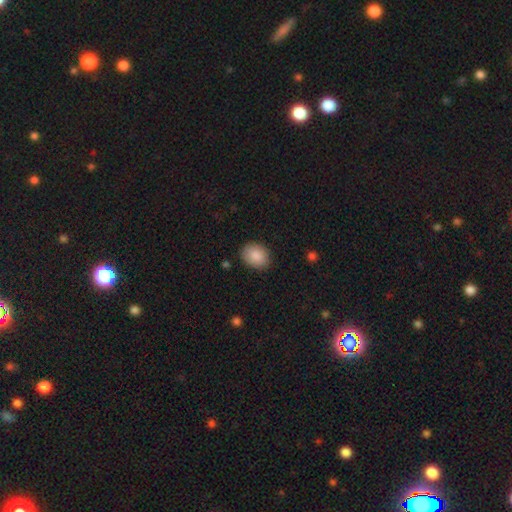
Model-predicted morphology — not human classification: smooth 88%, star or artifact 7%, featured or disk 5%. Down the decision tree: how rounded — in between (60%); merging — none (86%).